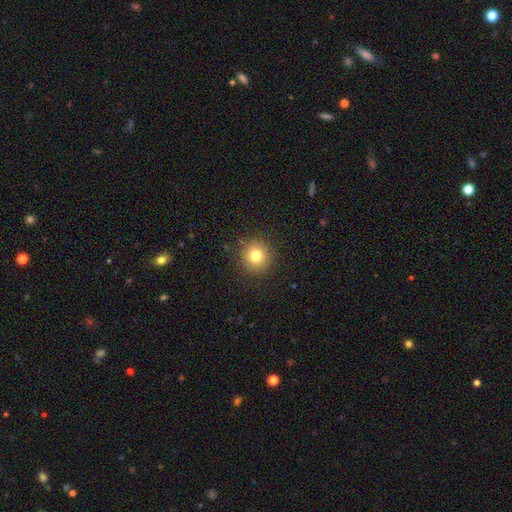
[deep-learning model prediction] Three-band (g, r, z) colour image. It shows a smooth galaxy with no disk features (79%) that is round (94%). Merging: none (90%).